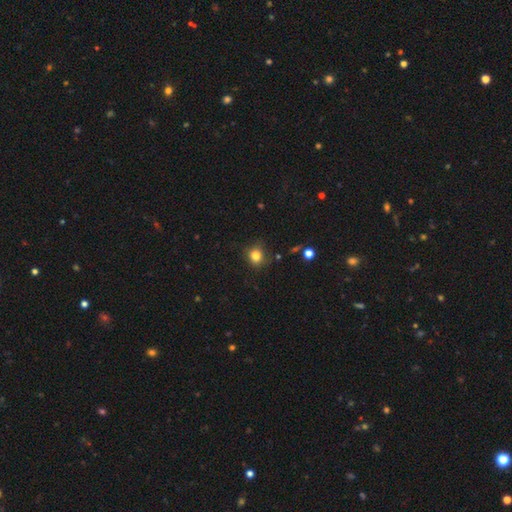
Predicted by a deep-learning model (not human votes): smooth 81%, star or artifact 13%, featured or disk 6%. Down the decision tree: how rounded — round (79%); merging — none (79%).